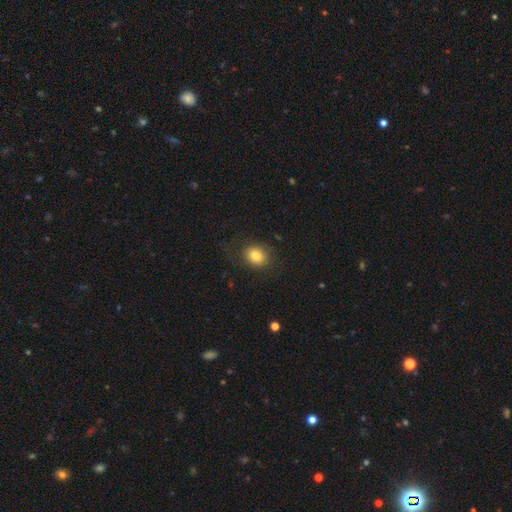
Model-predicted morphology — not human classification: Overall: smooth (81%). How rounded: round (52%; in between 47%). Merging: none (80%).